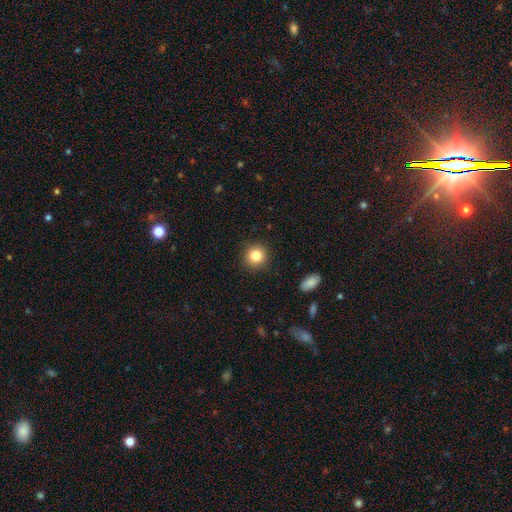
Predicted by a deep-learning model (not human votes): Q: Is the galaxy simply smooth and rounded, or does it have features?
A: smooth — 83%.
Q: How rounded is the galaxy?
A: round — 92%.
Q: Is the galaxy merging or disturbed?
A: none — 91%.